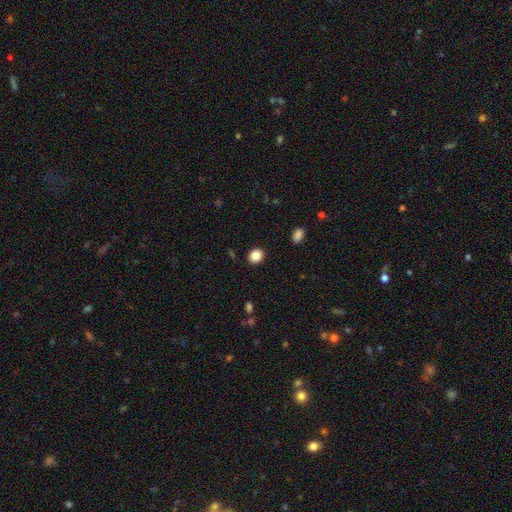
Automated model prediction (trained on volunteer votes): Smooth or featured?
  - smooth: 87% *
  - star or artifact: 10%
  - featured or disk: 4%
How rounded?
  - round: 70% *
  - in between: 30%
  - cigar-shaped: 1%
Merging?
  - none: 91% *
  - minor disturbance: 6%
  - major disturbance: 2%
  - merger: 1%